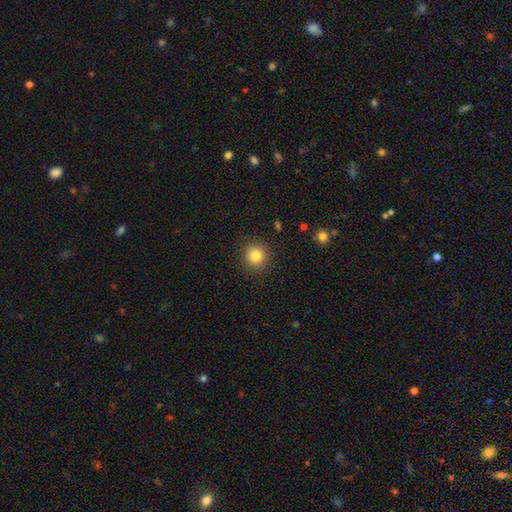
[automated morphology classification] This is clearly a smooth galaxy (83%). How rounded: clearly round (93%). Merging: clearly none (91%).